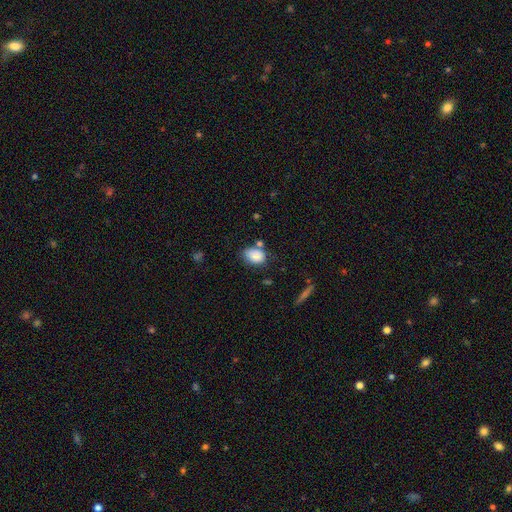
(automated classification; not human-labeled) smooth-or-featured: smooth: 85% | star or artifact: 8% | featured or disk: 7%
  how-rounded: in between: 81% | round: 18% | cigar-shaped: 1%
  merging: none: 59% | minor disturbance: 22% | merger: 13% | major disturbance: 6%